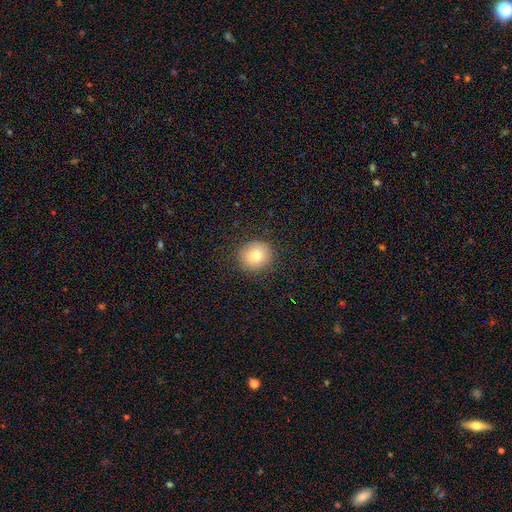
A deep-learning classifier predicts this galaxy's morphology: A smooth galaxy with no disk features (78%) that is round (88%).

Vote fractions:
- Smooth or featured? smooth: 78% / featured or disk: 12% / star or artifact: 10%
- How rounded? round: 88% / in between: 11% / cigar-shaped: 1%
- Merging? none: 88% / minor disturbance: 8% / major disturbance: 3% / merger: 1%